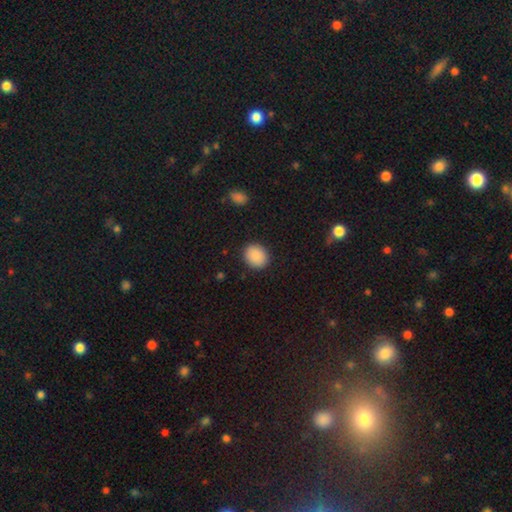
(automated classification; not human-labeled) Smooth or featured?
  - smooth: 89% *
  - star or artifact: 7%
  - featured or disk: 4%
How rounded?
  - round: 67% *
  - in between: 32%
  - cigar-shaped: 1%
Merging?
  - none: 90% *
  - minor disturbance: 7%
  - major disturbance: 2%
  - merger: 1%